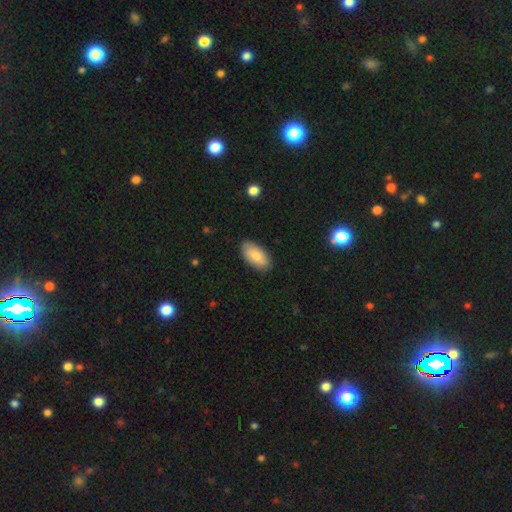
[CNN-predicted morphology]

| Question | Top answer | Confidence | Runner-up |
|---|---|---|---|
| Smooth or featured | smooth | 85% | featured or disk (10%) |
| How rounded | in between | 94% | cigar-shaped (4%) |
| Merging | none | 86% | minor disturbance (11%) |